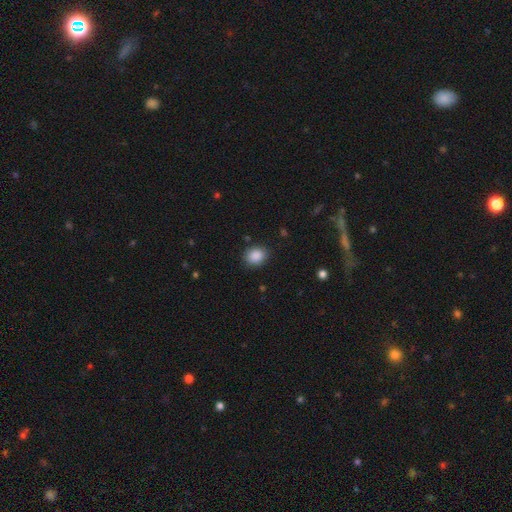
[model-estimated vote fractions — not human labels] This appears to be a smooth galaxy with no disk features (88%) that is round (55%). Merging: none (85%).